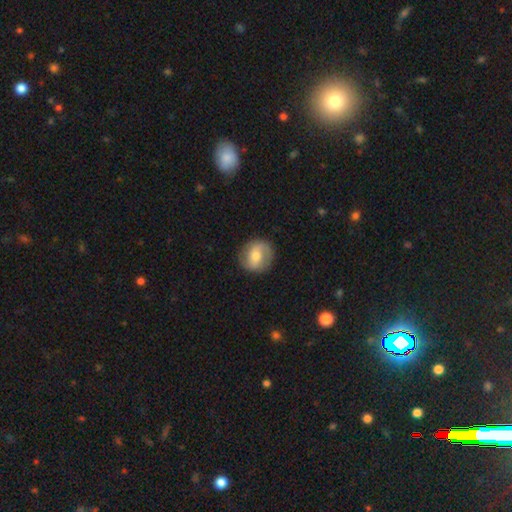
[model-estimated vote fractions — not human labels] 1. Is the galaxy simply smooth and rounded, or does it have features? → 53% featured or disk, 40% smooth, 7% star or artifact.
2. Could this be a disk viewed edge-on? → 97% no, 3% yes.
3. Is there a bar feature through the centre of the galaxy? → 43% weak, 35% no, 22% strong.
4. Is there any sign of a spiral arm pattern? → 78% yes, 22% no.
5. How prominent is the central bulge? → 58% moderate, 32% small, 6% large, 2% none, 1% dominant.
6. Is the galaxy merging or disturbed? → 84% none, 11% minor disturbance, 4% major disturbance, 1% merger.